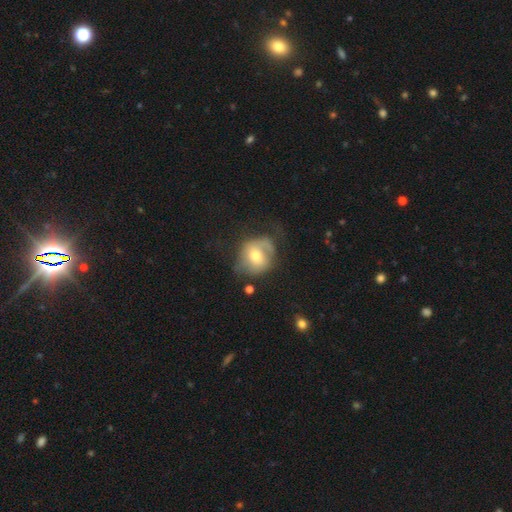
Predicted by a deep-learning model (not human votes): This is possibly a smooth galaxy (56%). How rounded: likely round (70%). Merging: marginally none (43%).